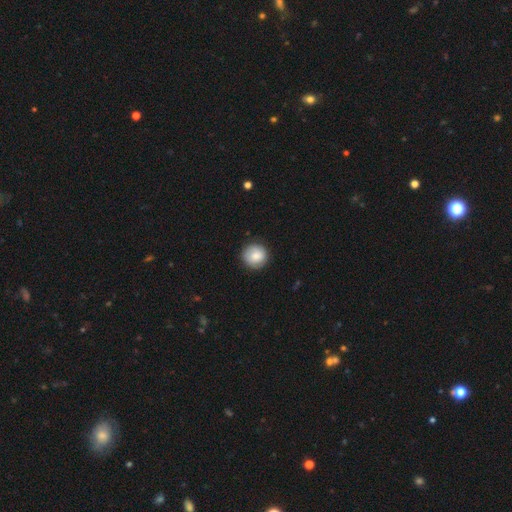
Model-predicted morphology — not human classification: type=smooth (80%); roundness=round (94%); merging=none (88%).